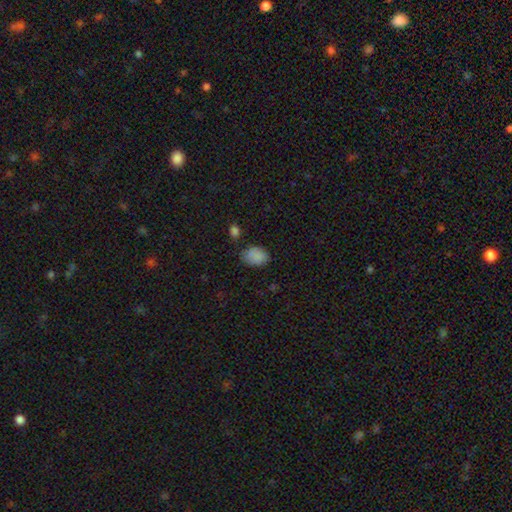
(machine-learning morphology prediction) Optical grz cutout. It shows a smooth galaxy with no disk features (85%) that is in between round and cigar-shaped (73%). Merging: none (66%).